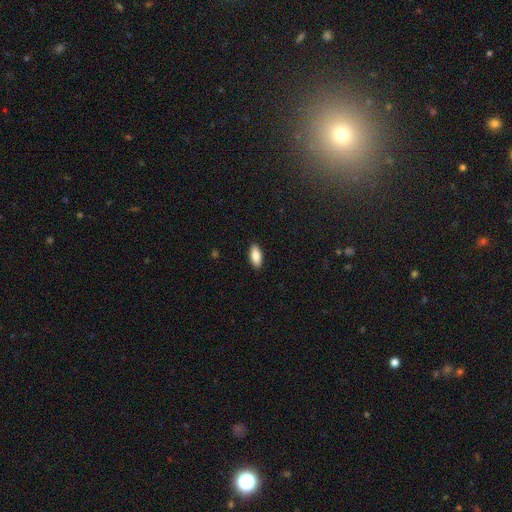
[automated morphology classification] Overall: smooth (84%). How rounded: in between (81%). Merging: none (90%).